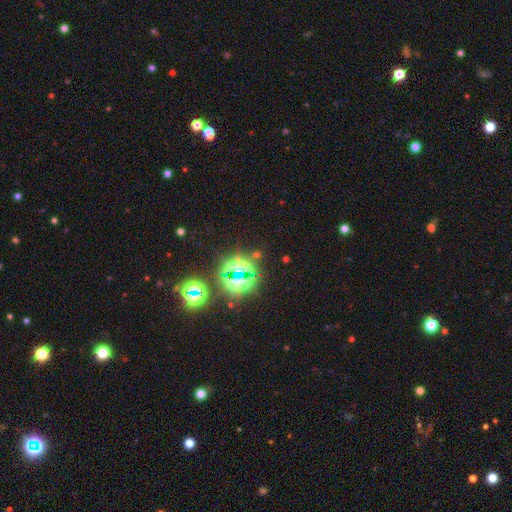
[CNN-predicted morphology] Smooth or featured? Predicted: star or artifact (p=0.78).